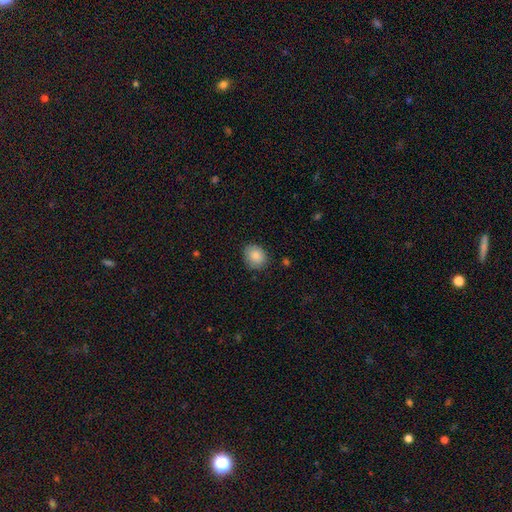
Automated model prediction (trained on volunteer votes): Q: Smooth or featured?
A: smooth (87%); runner-up: star or artifact (8%)
Q: How rounded?
A: round (62%); runner-up: in between (37%)
Q: Merging?
A: none (81%); runner-up: minor disturbance (15%)